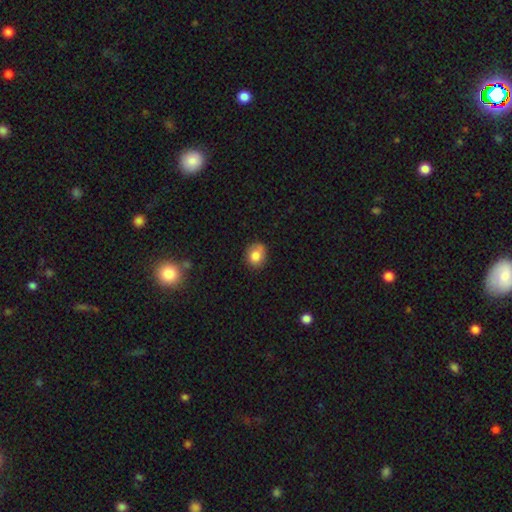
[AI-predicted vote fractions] Q: Smooth or featured?
A: smooth (80%); runner-up: featured or disk (11%)
Q: How rounded?
A: round (66%); runner-up: in between (33%)
Q: Merging?
A: none (70%); runner-up: minor disturbance (23%)